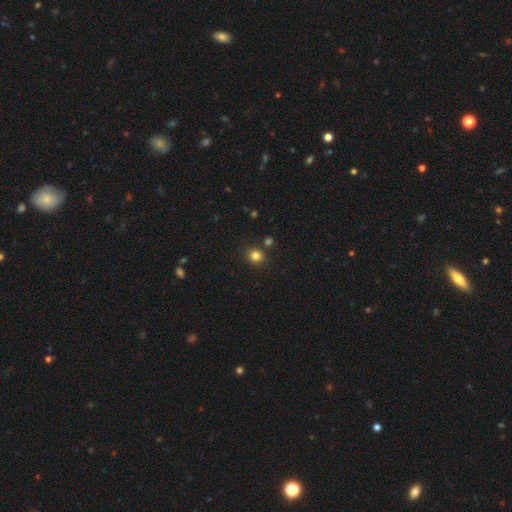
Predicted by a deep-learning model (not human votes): This is clearly a smooth galaxy (82%). How rounded: likely round (79%). Merging: clearly none (83%).